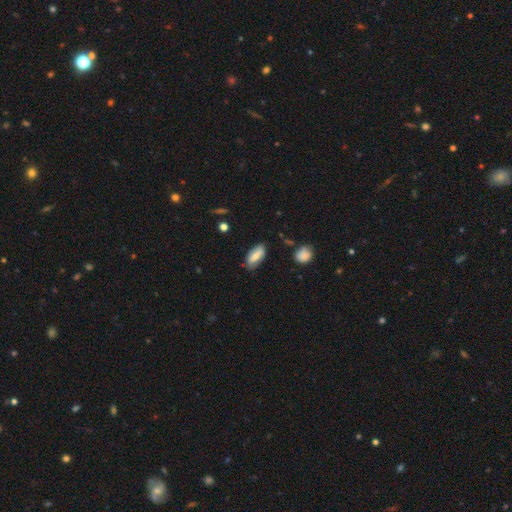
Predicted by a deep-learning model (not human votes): This appears to be a smooth galaxy with no disk features (65%) that is in between round and cigar-shaped (87%). Merging: none (76%).